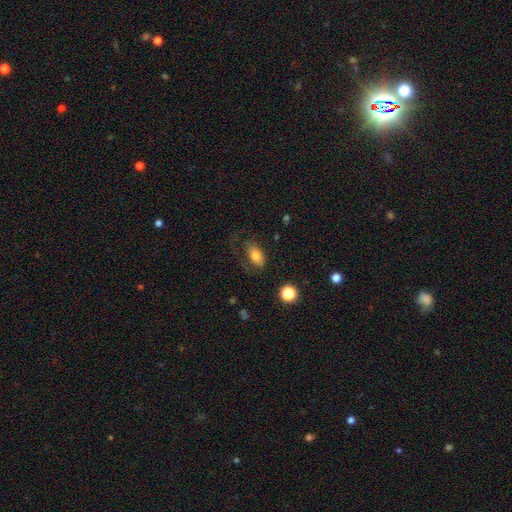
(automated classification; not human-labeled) This is likely a smooth galaxy (74%). How rounded: clearly in between (90%). Merging: possibly none (54%).